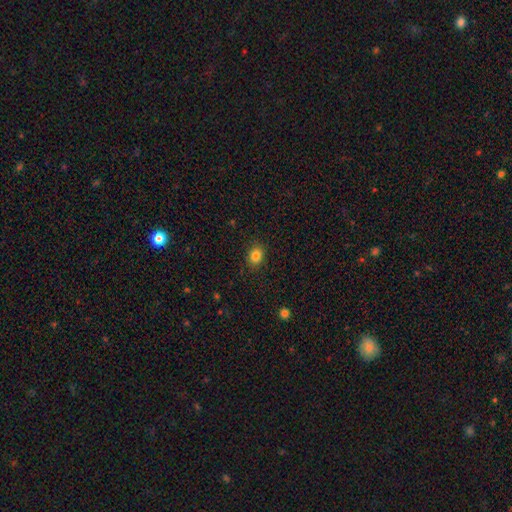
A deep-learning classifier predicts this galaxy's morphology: Q: Smooth or featured?
A: smooth (83%); runner-up: star or artifact (11%)
Q: How rounded?
A: round (53%); runner-up: in between (46%)
Q: Merging?
A: none (87%); runner-up: minor disturbance (9%)